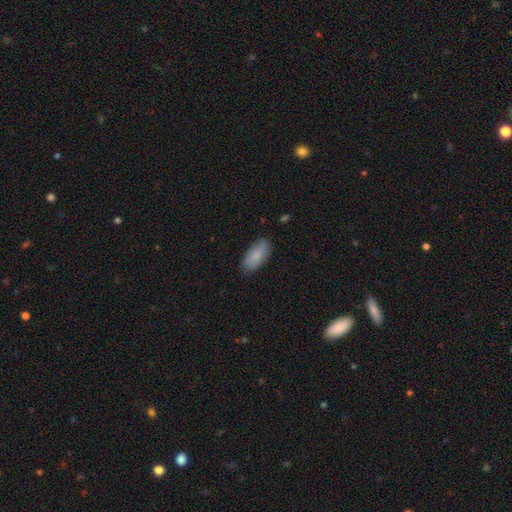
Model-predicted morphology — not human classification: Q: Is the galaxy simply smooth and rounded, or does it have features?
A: smooth — 85%.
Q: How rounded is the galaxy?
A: in between — 87%.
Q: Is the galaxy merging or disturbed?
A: none — 84%.